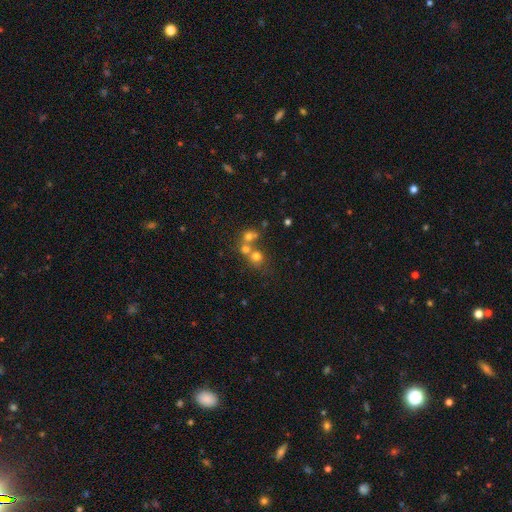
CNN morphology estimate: This appears to be a smooth galaxy with no disk features (67%) that is round (83%). Merging: merger (45%).